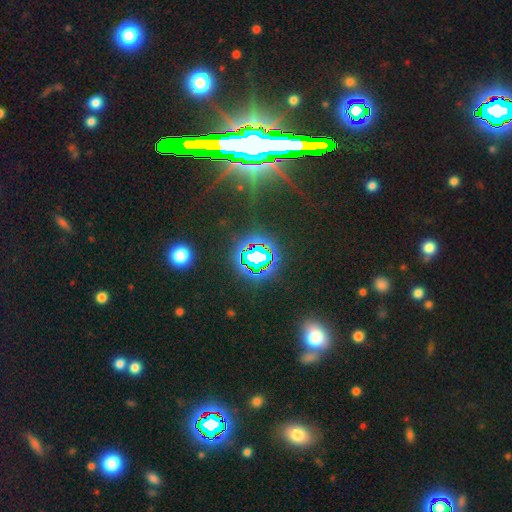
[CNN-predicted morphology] This appears to be a star or artifact, not a galaxy (75%).